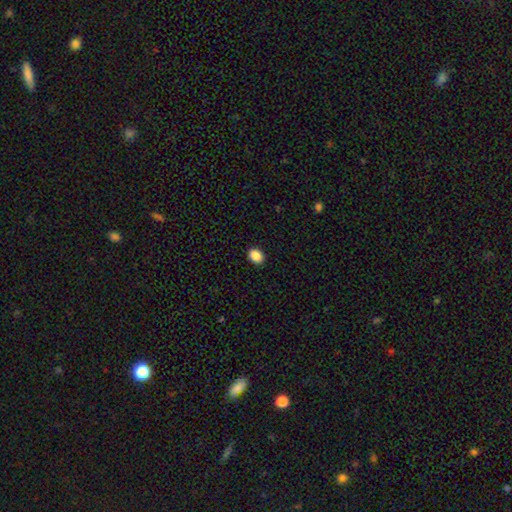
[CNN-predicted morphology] Overall: smooth (89%). How rounded: in between (59%; round 41%). Merging: none (91%).